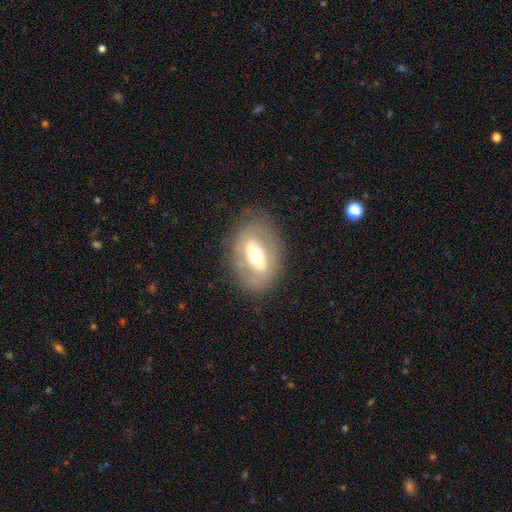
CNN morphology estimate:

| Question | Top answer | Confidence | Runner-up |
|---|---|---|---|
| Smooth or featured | featured or disk | 61% | smooth (31%) |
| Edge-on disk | no | 88% | yes (12%) |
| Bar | strong | 48% | weak (29%) |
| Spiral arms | no | 75% | yes (25%) |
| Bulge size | moderate | 66% | large (19%) |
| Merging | none | 76% | minor disturbance (14%) |